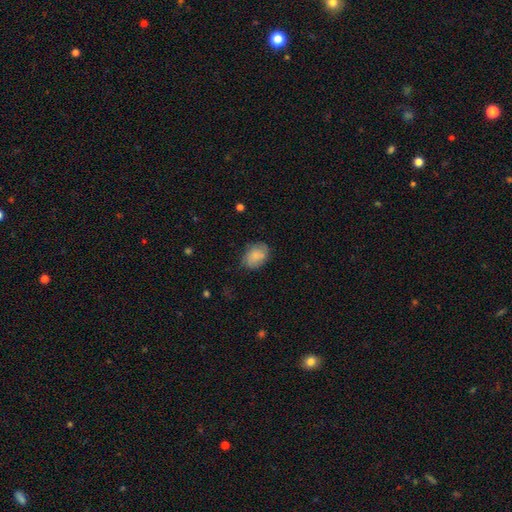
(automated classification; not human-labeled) This is likely a smooth galaxy (80%). How rounded: likely in between (79%). Merging: likely none (72%).